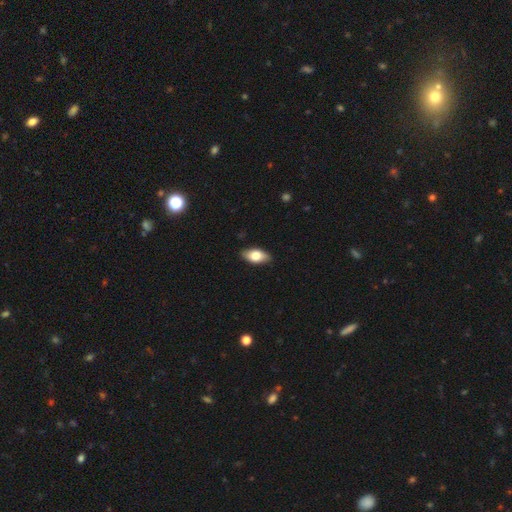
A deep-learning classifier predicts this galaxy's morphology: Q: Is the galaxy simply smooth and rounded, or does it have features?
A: smooth — 75%.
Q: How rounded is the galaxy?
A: in between — 91%.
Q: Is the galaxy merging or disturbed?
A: none — 87%.